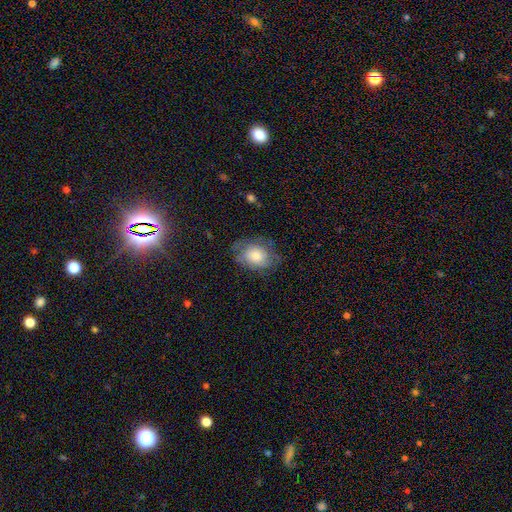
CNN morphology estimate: A smooth galaxy with no disk features (61%) that is in between round and cigar-shaped (74%).

Vote fractions:
- Smooth or featured? smooth: 61% / featured or disk: 30% / star or artifact: 9%
- How rounded? in between: 74% / round: 24% / cigar-shaped: 1%
- Merging? none: 64% / minor disturbance: 25% / major disturbance: 10% / merger: 1%